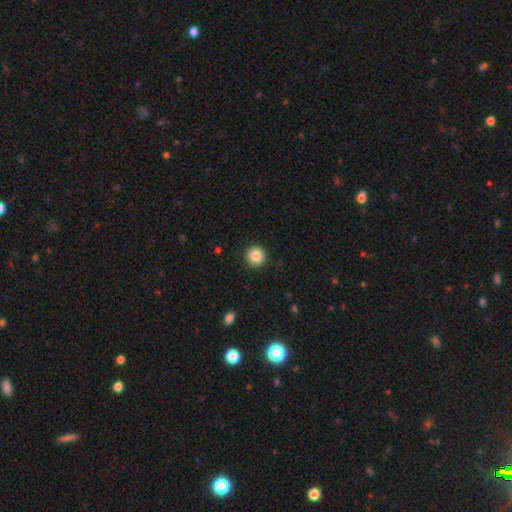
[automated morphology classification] Smooth or featured: smooth — 87% (star or artifact — 9%)
How rounded: round — 94% (in between — 5%)
Merging: none — 92% (minor disturbance — 5%)